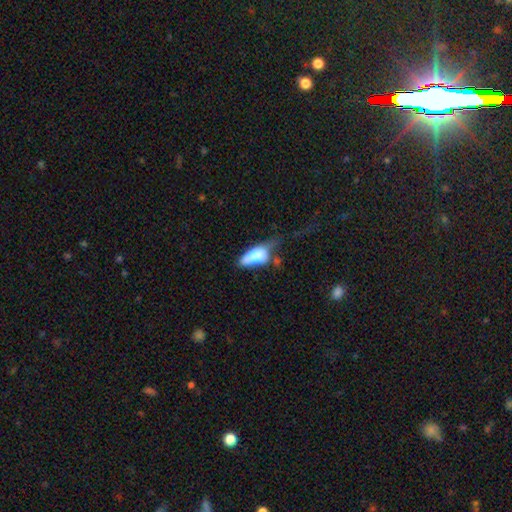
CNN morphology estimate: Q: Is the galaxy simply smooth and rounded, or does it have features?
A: smooth — 74%.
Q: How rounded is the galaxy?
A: in between — 73%.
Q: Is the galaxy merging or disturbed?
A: major disturbance — 35%.